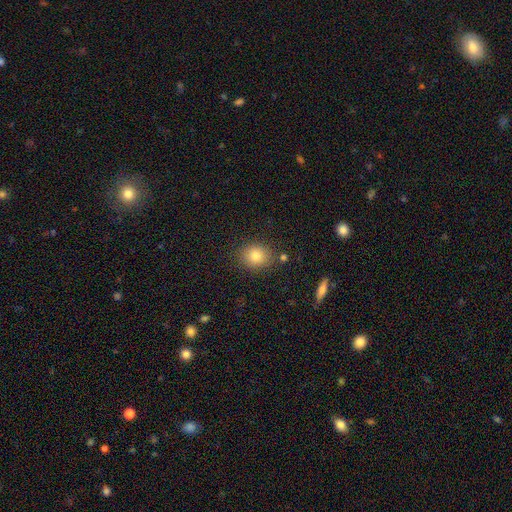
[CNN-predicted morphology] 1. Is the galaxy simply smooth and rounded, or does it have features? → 80% smooth, 11% star or artifact, 9% featured or disk.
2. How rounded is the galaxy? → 65% round, 34% in between, 1% cigar-shaped.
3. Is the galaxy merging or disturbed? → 84% none, 10% minor disturbance, 3% merger, 3% major disturbance.